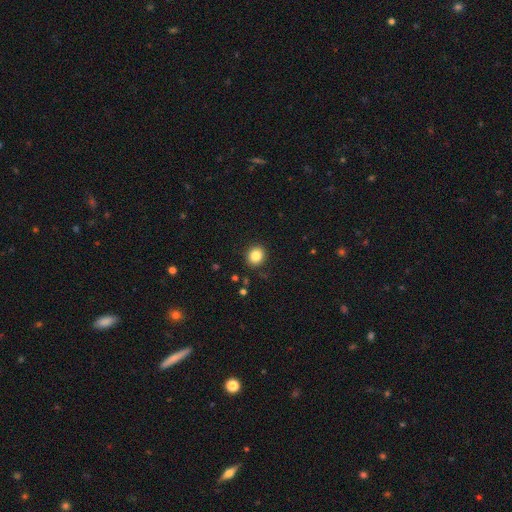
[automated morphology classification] smooth 84%, star or artifact 10%, featured or disk 6%. Down the decision tree: how rounded — round (77%); merging — none (90%).